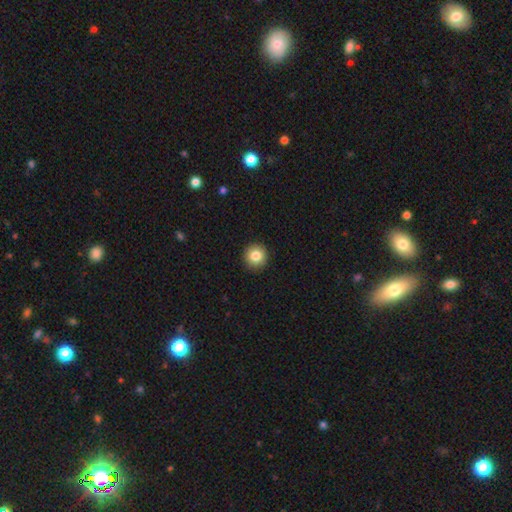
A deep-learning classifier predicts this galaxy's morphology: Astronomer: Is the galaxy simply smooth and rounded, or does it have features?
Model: smooth — 84%.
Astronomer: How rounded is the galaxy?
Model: round — 95%.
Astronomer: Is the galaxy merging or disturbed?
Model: none — 93%.